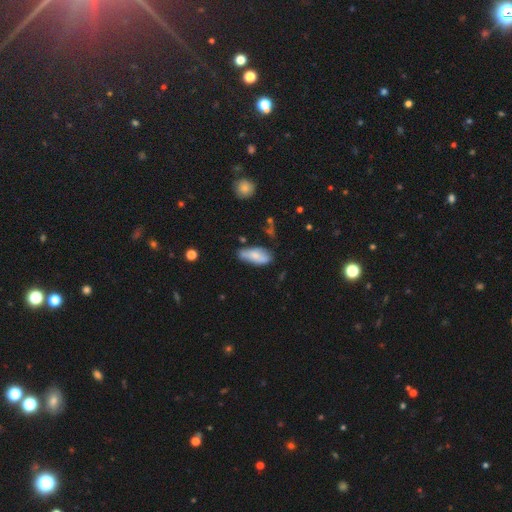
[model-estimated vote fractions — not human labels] Smooth or featured: smooth — 71% (featured or disk — 22%)
How rounded: in between — 83% (cigar-shaped — 15%)
Merging: none — 62% (minor disturbance — 28%)